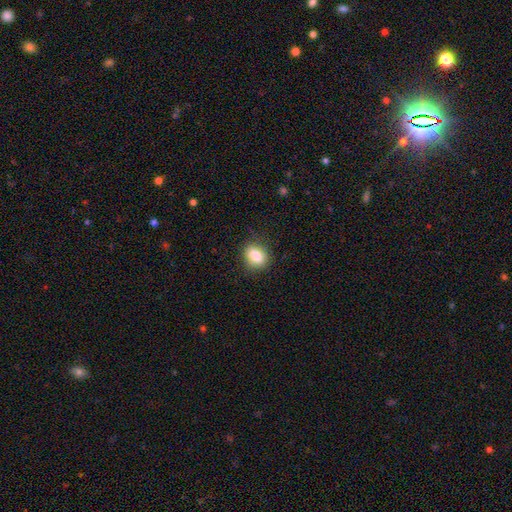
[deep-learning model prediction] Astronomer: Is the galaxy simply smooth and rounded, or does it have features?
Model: smooth — 86%.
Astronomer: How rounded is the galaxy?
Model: in between — 67%.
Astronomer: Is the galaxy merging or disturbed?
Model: none — 81%.